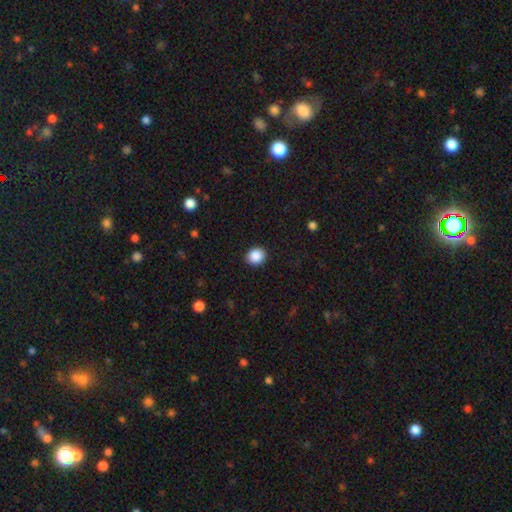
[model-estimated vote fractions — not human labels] Smooth or featured? Predicted: smooth (p=0.88). How rounded? Predicted: round (p=0.73). Merging? Predicted: none (p=0.91).